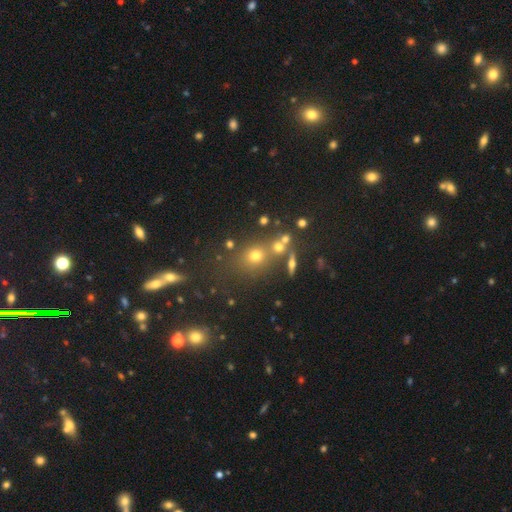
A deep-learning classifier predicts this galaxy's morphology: Smooth or featured?
  - smooth: 56% *
  - star or artifact: 30%
  - featured or disk: 14%
How rounded?
  - round: 76% *
  - in between: 22%
  - cigar-shaped: 2%
Merging?
  - none: 64% *
  - merger: 20%
  - minor disturbance: 10%
  - major disturbance: 5%